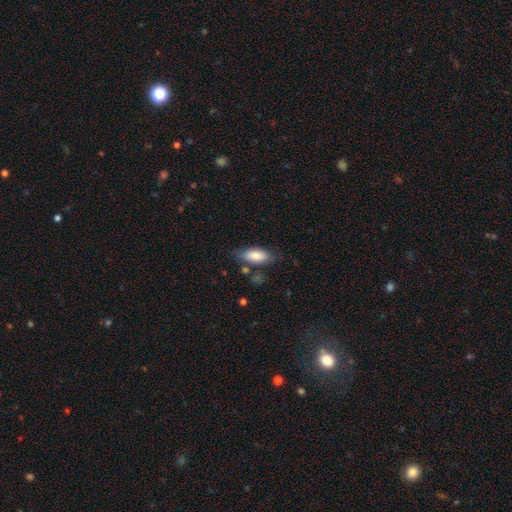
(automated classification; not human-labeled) smooth-or-featured: smooth: 82% | featured or disk: 12% | star or artifact: 7%
  how-rounded: in between: 83% | cigar-shaped: 14% | round: 3%
  merging: none: 72% | minor disturbance: 18% | merger: 5% | major disturbance: 5%